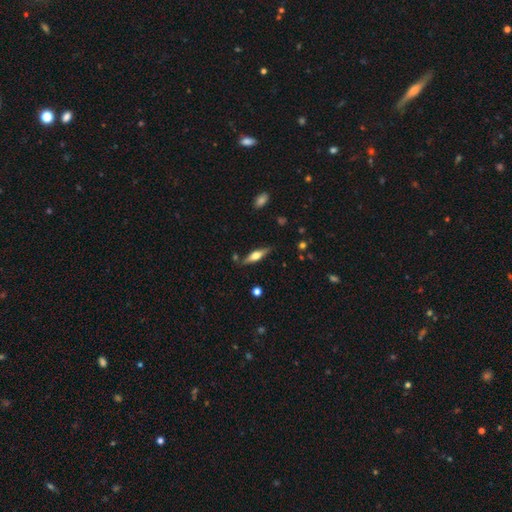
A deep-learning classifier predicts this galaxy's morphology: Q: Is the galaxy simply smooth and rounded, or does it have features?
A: featured or disk — 57%.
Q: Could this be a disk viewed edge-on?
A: yes — 95%.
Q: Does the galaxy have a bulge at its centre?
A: rounded — 90%.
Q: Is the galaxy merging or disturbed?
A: none — 82%.